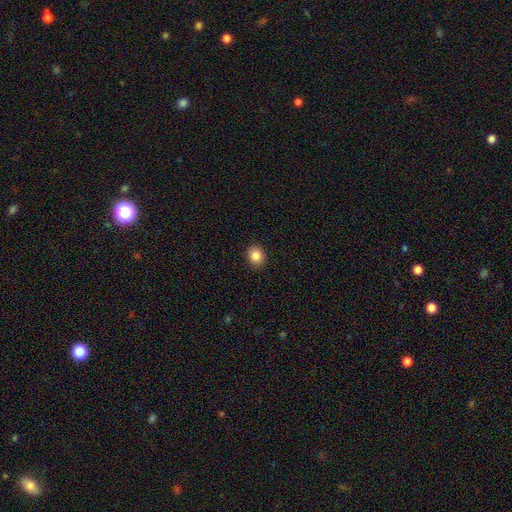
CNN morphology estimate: Overall: smooth (86%). How rounded: round (65%; in between 34%). Merging: none (91%).